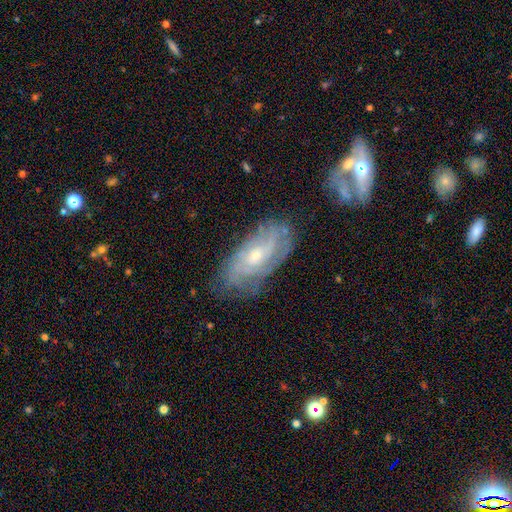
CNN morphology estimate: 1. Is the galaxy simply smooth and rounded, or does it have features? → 75% featured or disk, 18% smooth, 7% star or artifact.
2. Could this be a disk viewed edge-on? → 91% no, 9% yes.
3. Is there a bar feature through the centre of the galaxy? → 65% no, 30% weak, 5% strong.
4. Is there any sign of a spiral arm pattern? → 87% yes, 13% no.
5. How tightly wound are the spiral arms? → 55% tight, 33% medium, 12% loose.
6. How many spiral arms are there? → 50% can't tell, 19% 2, 14% 3, 9% 4, 4% 1, 4% more than 4.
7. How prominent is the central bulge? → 52% small, 43% moderate, 2% none, 2% large, 1% dominant.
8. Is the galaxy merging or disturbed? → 70% none, 20% minor disturbance, 7% major disturbance, 3% merger.